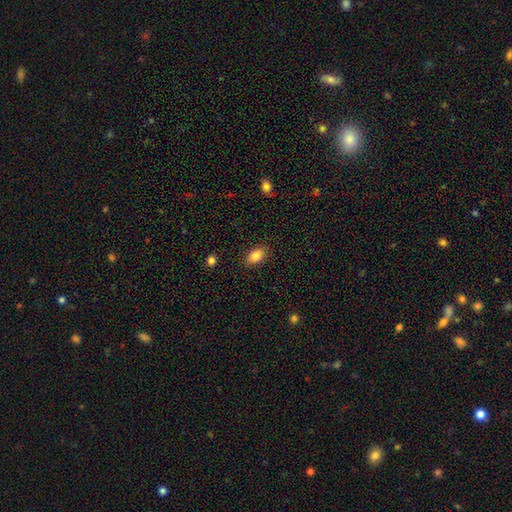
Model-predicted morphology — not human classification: type=smooth (86%); roundness=in between (86%); merging=none (86%).